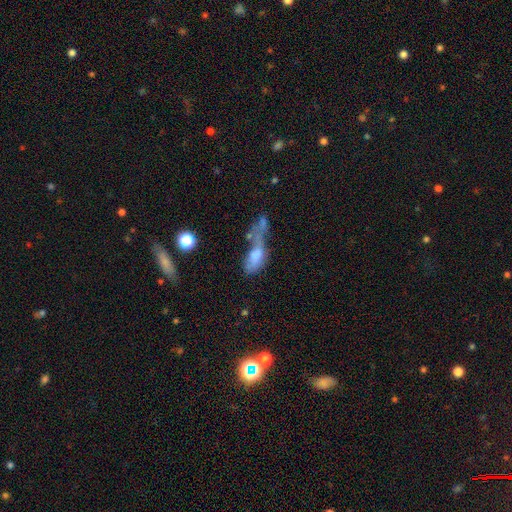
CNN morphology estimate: This is likely a smooth galaxy (63%). How rounded: likely in between (79%). Merging: marginally merger (39%).